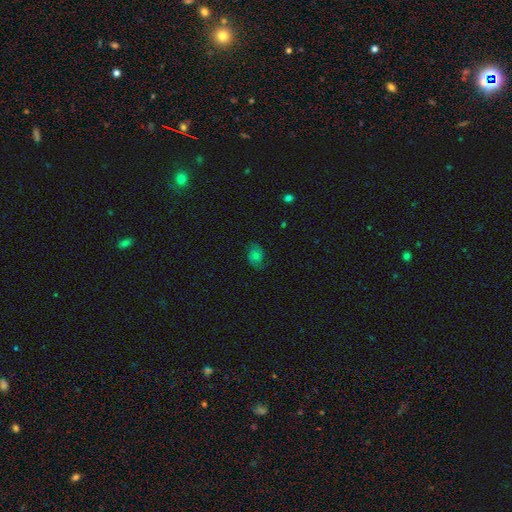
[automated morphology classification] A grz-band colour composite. It shows a featured or disk galaxy (45%). Merging: none (73%).